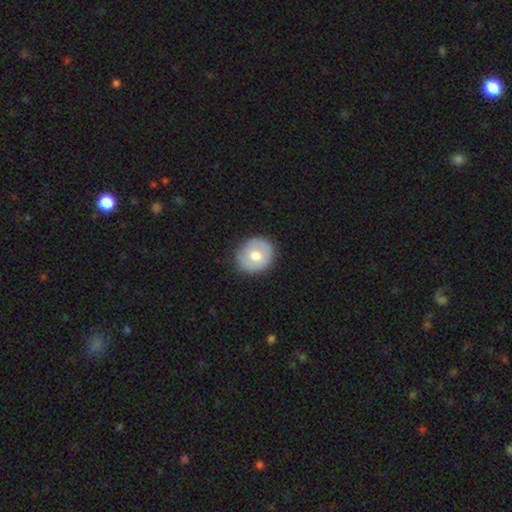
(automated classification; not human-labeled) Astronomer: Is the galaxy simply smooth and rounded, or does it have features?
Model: smooth — 65%.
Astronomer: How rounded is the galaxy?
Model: round — 76%.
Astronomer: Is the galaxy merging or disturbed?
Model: none — 84%.